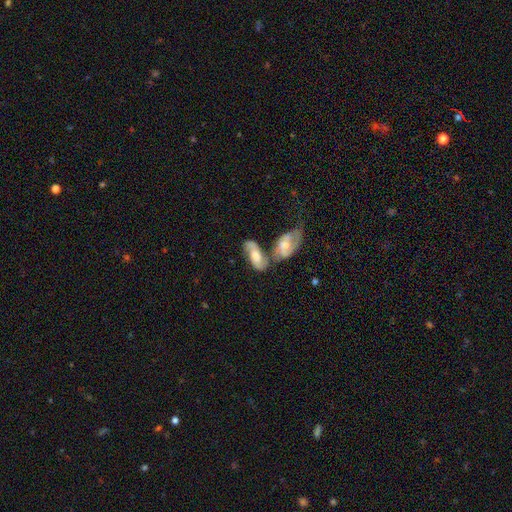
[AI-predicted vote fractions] The model was most divided on "bar": no: 53%, weak: 37%, strong: 11%. Remaining: edge-on disk — no (92%); spiral arms — yes (90%); spiral arm count — 2 (84%); smooth or featured — featured or disk (67%); merging — merger (57%); bulge size — moderate (51%); spiral winding — medium (47%).